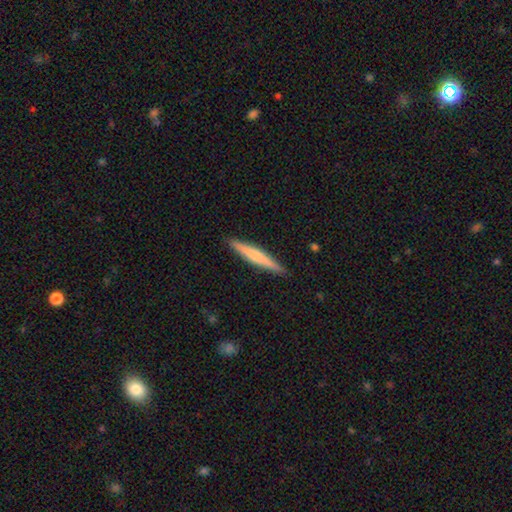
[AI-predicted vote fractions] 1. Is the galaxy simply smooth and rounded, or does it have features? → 52% smooth, 43% featured or disk, 5% star or artifact.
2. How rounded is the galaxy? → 95% cigar-shaped, 4% in between, 1% round.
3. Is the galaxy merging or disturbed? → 91% none, 7% minor disturbance, 1% major disturbance, 1% merger.